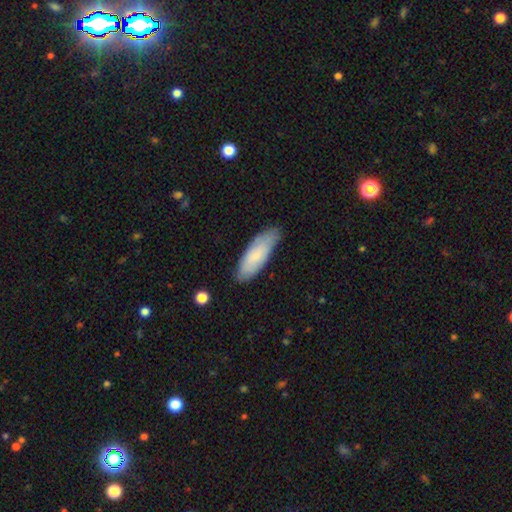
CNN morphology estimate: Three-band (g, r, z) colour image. It shows a smooth galaxy with no disk features (74%) that is in between round and cigar-shaped (59%). Merging: none (80%).